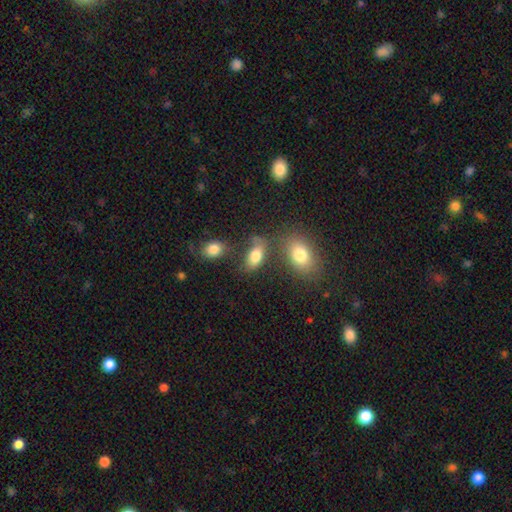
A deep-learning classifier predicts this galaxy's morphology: Smooth or featured?
  - smooth: 80% *
  - featured or disk: 10%
  - star or artifact: 10%
How rounded?
  - in between: 89% *
  - round: 7%
  - cigar-shaped: 4%
Merging?
  - none: 56% *
  - minor disturbance: 18%
  - merger: 17%
  - major disturbance: 8%